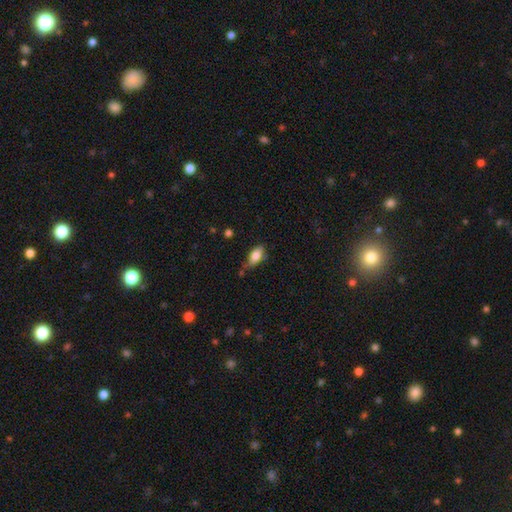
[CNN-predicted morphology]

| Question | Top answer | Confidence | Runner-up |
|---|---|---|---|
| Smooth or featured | smooth | 81% | featured or disk (11%) |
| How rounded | in between | 87% | cigar-shaped (9%) |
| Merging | none | 63% | minor disturbance (27%) |